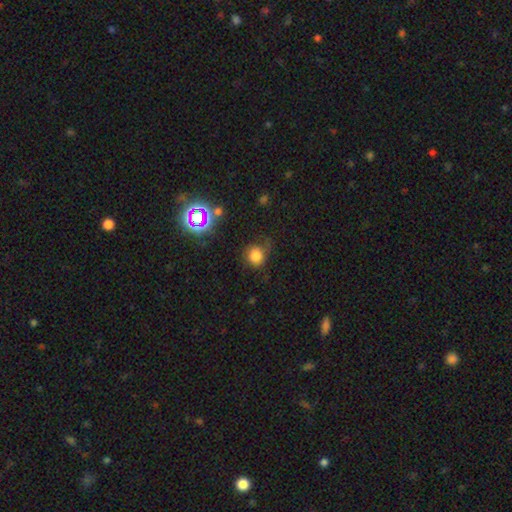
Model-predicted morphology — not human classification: Overall: smooth (75%). How rounded: round (84%). Merging: none (58%; minor disturbance 25%).